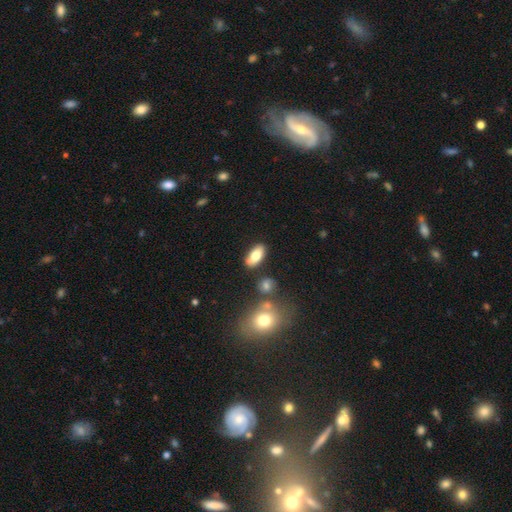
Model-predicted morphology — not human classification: Smooth or featured: smooth — 78% (featured or disk — 14%)
How rounded: in between — 91% (cigar-shaped — 6%)
Merging: none — 81% (minor disturbance — 12%)